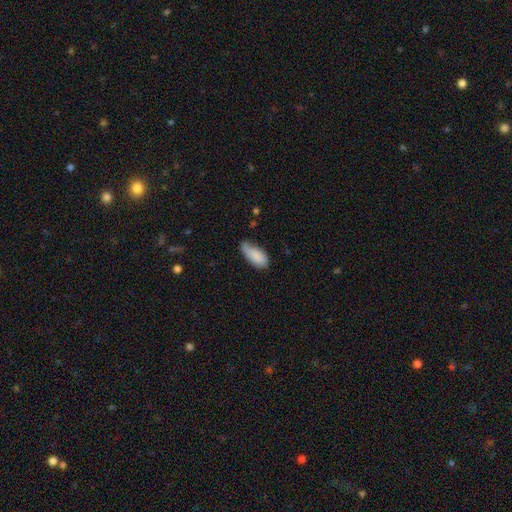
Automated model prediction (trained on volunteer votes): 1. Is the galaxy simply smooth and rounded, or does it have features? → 82% smooth, 12% featured or disk, 6% star or artifact.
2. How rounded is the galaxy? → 90% in between, 7% cigar-shaped, 2% round.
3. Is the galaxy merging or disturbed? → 43% minor disturbance, 40% none, 13% major disturbance, 4% merger.